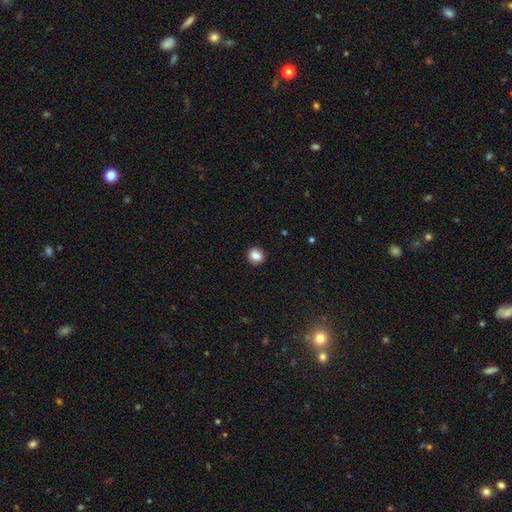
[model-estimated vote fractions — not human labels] Smooth or featured? Predicted: smooth (p=0.85). How rounded? Predicted: round (p=0.83). Merging? Predicted: none (p=0.91).